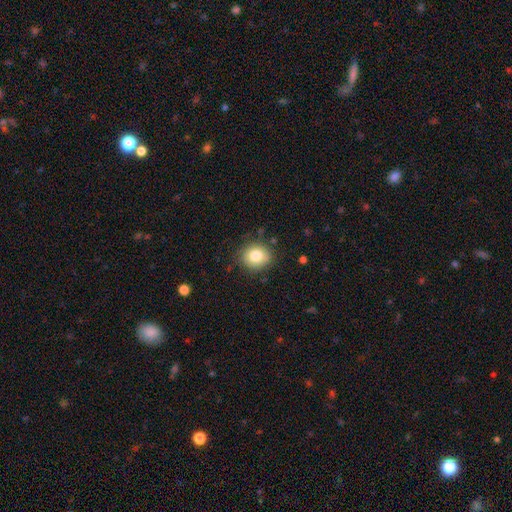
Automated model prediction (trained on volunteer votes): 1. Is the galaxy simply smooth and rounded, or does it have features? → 81% smooth, 10% star or artifact, 9% featured or disk.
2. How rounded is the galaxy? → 76% round, 23% in between, 1% cigar-shaped.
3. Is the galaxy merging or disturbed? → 84% none, 12% minor disturbance, 3% major disturbance, 2% merger.